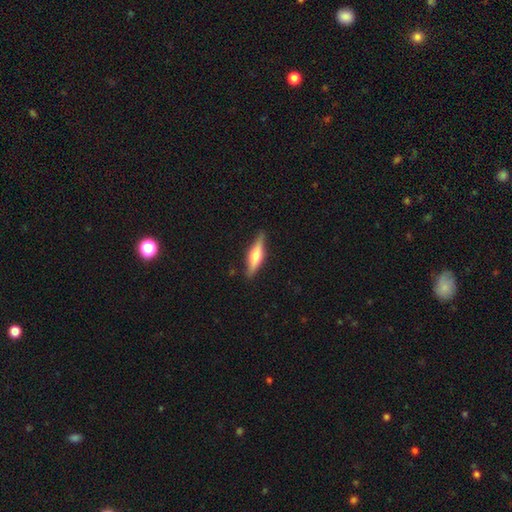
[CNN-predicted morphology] Smooth or featured? featured or disk (52%)
Edge-on disk? yes (94%)
Merging? none (85%)